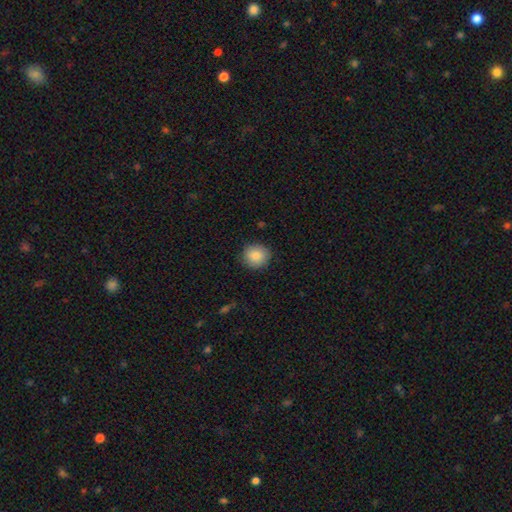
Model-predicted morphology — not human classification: This is clearly a smooth galaxy (85%). How rounded: clearly round (88%). Merging: clearly none (87%).